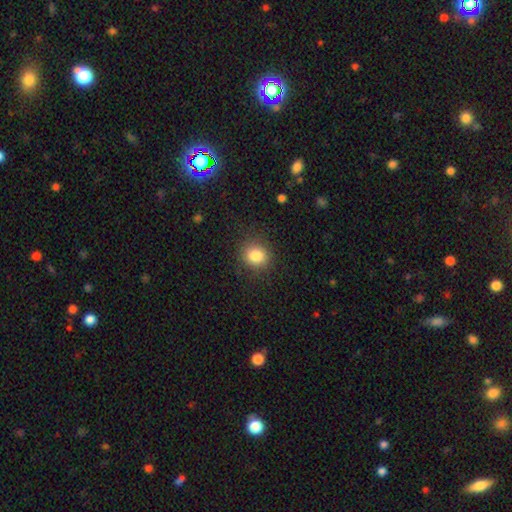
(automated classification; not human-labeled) Overall: smooth (84%). How rounded: round (78%). Merging: none (86%).